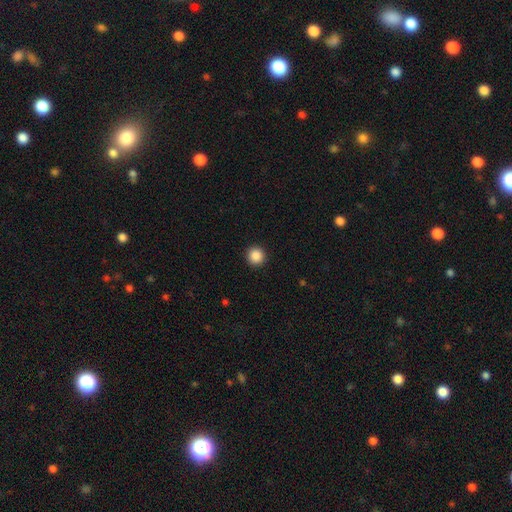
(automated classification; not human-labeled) This appears to be a smooth galaxy with no disk features (88%) that is round (96%). Merging: none (93%).